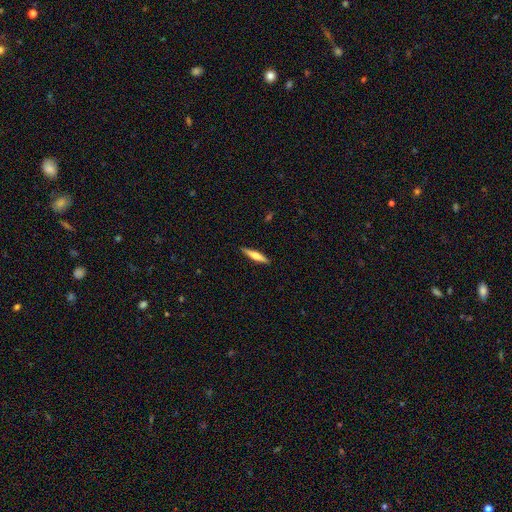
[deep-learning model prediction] This appears to be a smooth galaxy with no disk features (51%) that is cigar-shaped (85%). Merging: none (90%).